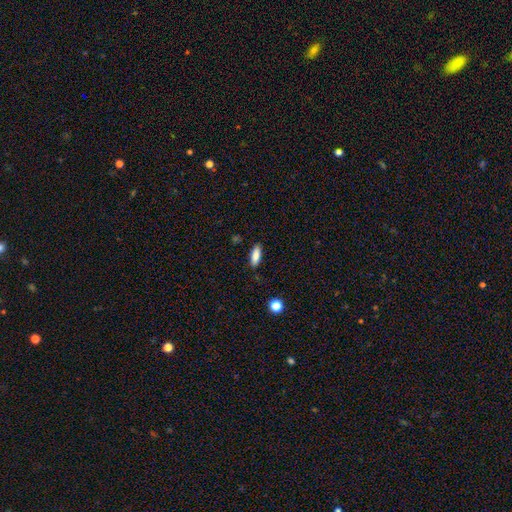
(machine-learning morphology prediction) Q: Smooth or featured?
A: smooth (85%); runner-up: featured or disk (7%)
Q: How rounded?
A: in between (64%); runner-up: cigar-shaped (33%)
Q: Merging?
A: none (86%); runner-up: minor disturbance (11%)